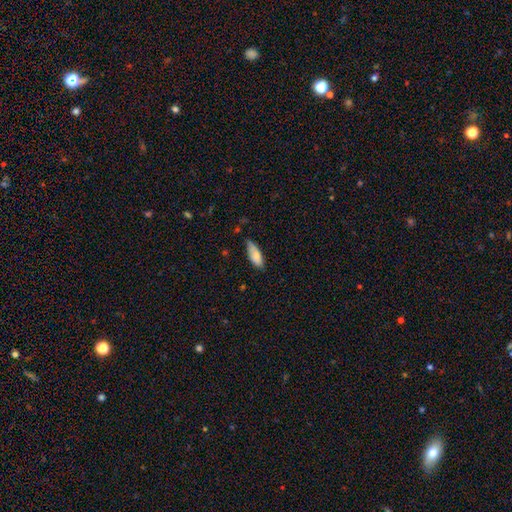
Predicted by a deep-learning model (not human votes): The model was most divided on "merging": none: 68%, minor disturbance: 27%, major disturbance: 4%, merger: 2%. More confident: smooth or featured — smooth (76%); how rounded — in between (72%).